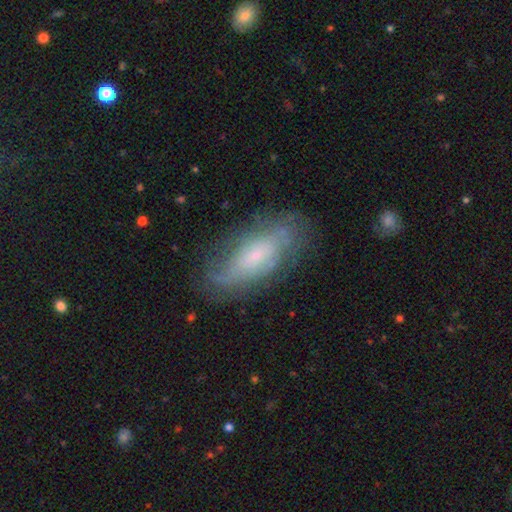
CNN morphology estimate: Q: Smooth or featured?
A: featured or disk (65%); runner-up: smooth (28%)
Q: Edge-on disk?
A: no (87%); runner-up: yes (13%)
Q: Bar?
A: no (69%); runner-up: weak (25%)
Q: Spiral arms?
A: yes (79%); runner-up: no (21%)
Q: Bulge size?
A: small (78%); runner-up: moderate (15%)
Q: Merging?
A: none (70%); runner-up: minor disturbance (20%)